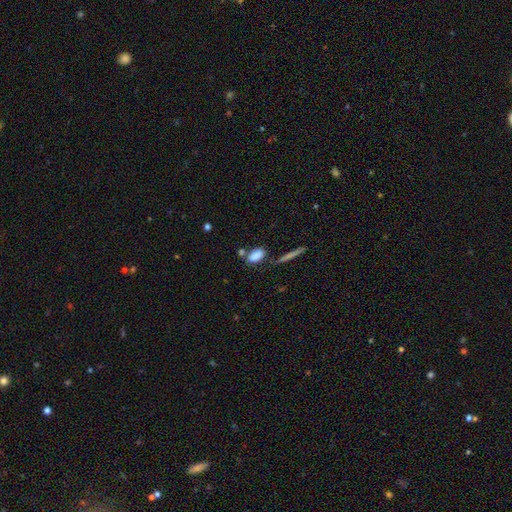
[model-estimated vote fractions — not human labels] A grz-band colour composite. It shows a smooth galaxy with no disk features (84%) that is in between round and cigar-shaped (86%). Merging: none (60%).